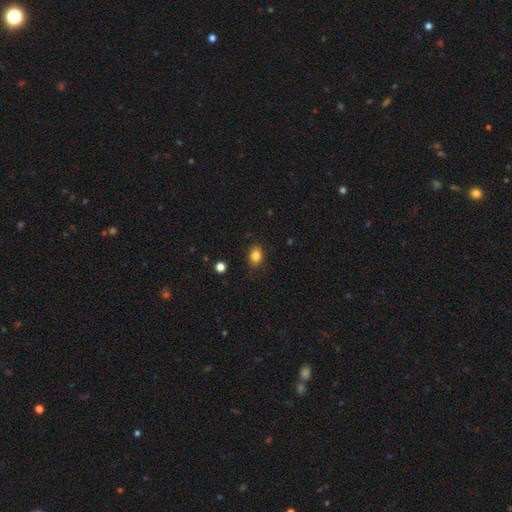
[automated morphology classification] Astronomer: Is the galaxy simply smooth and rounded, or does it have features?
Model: smooth — 84%.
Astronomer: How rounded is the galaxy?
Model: in between — 68%.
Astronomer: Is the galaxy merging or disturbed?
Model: none — 86%.